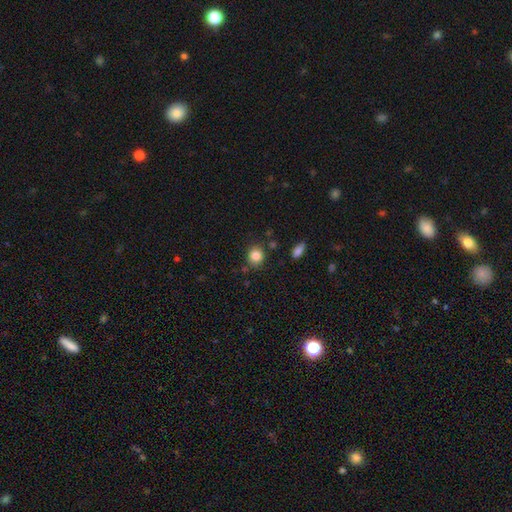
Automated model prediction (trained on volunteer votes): Overall: smooth (85%). How rounded: round (81%). Merging: none (81%).